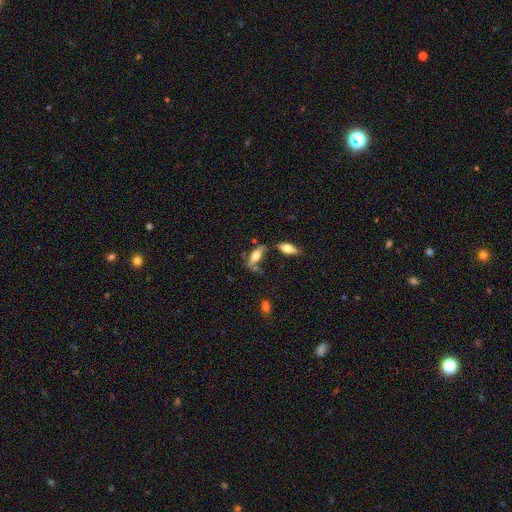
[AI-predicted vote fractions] smooth_or_featured: smooth (p=0.58) [alt: featured or disk p=0.34]
how_rounded: in between (p=0.60) [alt: cigar-shaped p=0.37]
merging: none (p=0.51) [alt: minor disturbance p=0.23]